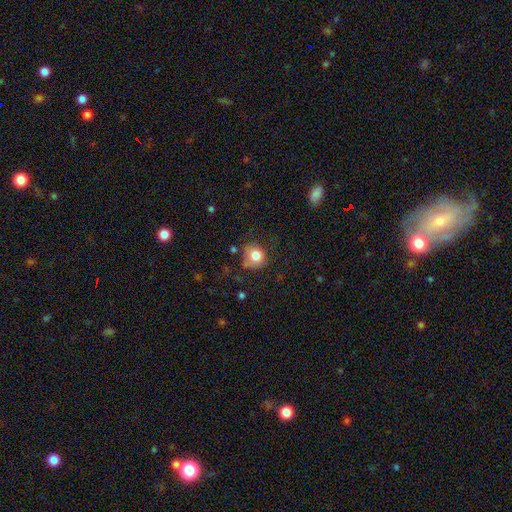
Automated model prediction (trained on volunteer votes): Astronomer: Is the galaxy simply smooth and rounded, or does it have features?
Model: smooth — 81%.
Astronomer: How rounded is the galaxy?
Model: round — 85%.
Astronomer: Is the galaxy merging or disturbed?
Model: none — 67%.